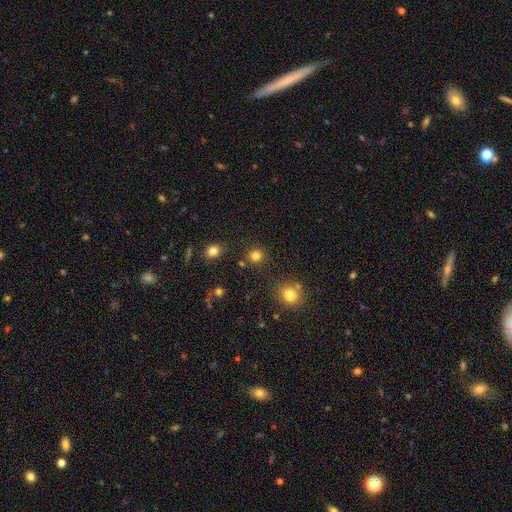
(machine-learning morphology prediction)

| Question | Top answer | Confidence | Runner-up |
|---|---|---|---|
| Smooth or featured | smooth | 81% | star or artifact (14%) |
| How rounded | round | 90% | in between (9%) |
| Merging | none | 85% | minor disturbance (7%) |